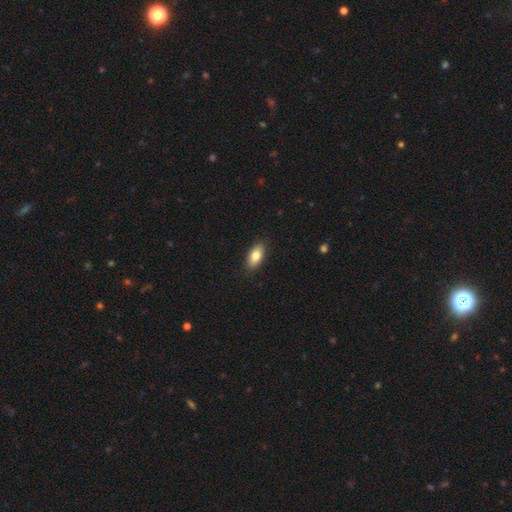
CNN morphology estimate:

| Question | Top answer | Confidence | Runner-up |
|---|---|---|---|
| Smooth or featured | smooth | 80% | featured or disk (13%) |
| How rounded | in between | 88% | cigar-shaped (8%) |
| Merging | none | 87% | minor disturbance (10%) |